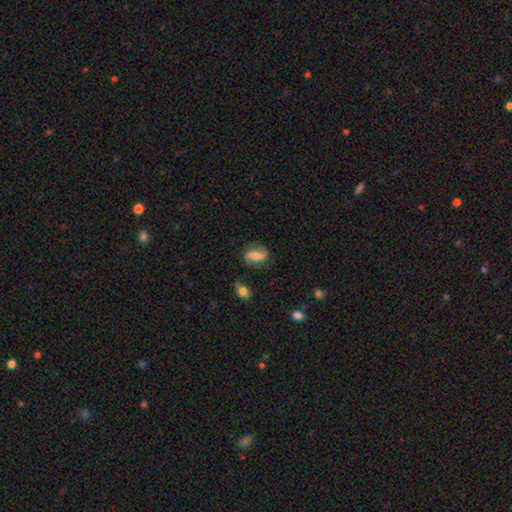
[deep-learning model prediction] Smooth or featured?
  - featured or disk: 59% *
  - smooth: 32%
  - star or artifact: 8%
Edge-on disk?
  - no: 95% *
  - yes: 5%
Bar?
  - weak: 36% *
  - no: 32%
  - strong: 32%
Spiral arms?
  - yes: 88% *
  - no: 12%
Bulge size?
  - moderate: 52% *
  - small: 30%
  - large: 10%
  - none: 6%
  - dominant: 2%
Merging?
  - none: 75% *
  - minor disturbance: 17%
  - major disturbance: 6%
  - merger: 3%